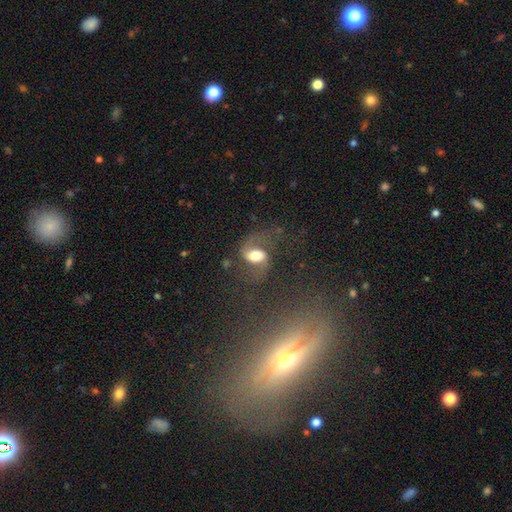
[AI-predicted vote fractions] Smooth or featured? featured or disk (77%)
Edge-on disk? no (97%)
Bar? weak (46%)
Spiral arms? yes (93%)
Spiral winding? loose (56%)
Spiral arm count? 2 (91%)
Bulge size? moderate (42%, tied with large)
Merging? none (61%)